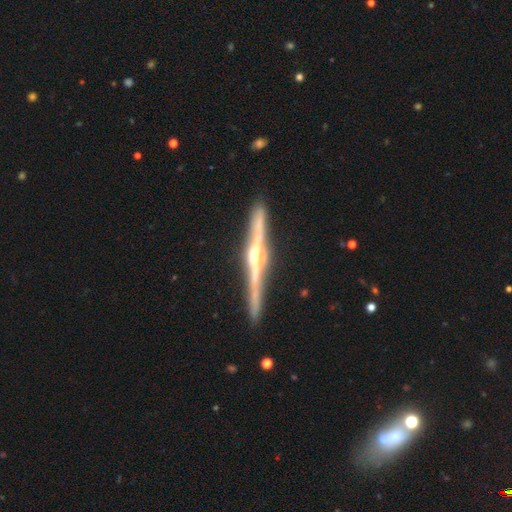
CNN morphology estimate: This is clearly a featured or disk galaxy (88%). It is clearly viewed edge-on (99%). Edge-on bulge: clearly rounded (87%). Merging: clearly none (90%).